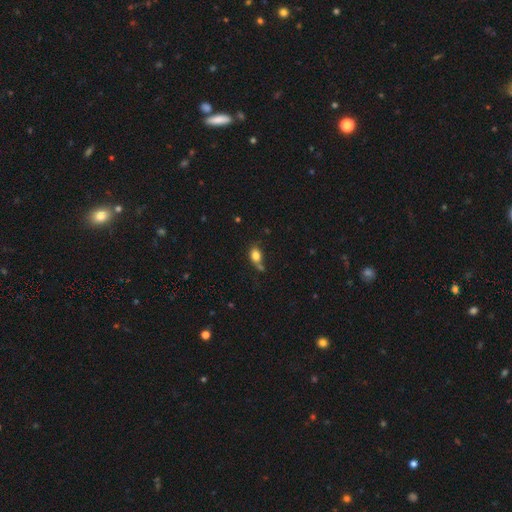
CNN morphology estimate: smooth_or_featured: smooth (p=0.81) [alt: featured or disk p=0.10]
how_rounded: in between (p=0.77) [alt: round p=0.20]
merging: none (p=0.50) [alt: minor disturbance p=0.24]